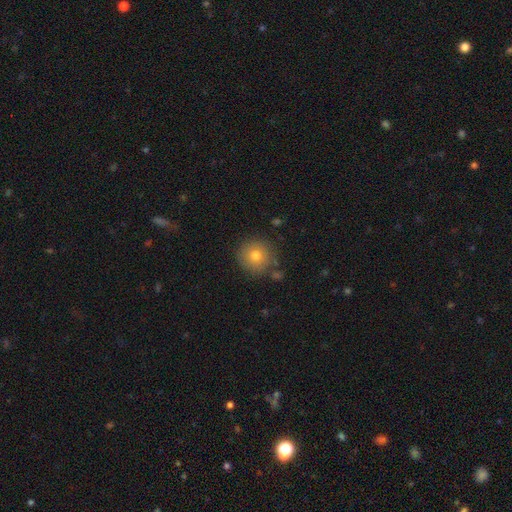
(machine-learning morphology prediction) smooth-or-featured: smooth: 78% | featured or disk: 11% | star or artifact: 11%
  how-rounded: round: 94% | in between: 5% | cigar-shaped: 1%
  merging: none: 83% | minor disturbance: 10% | merger: 4% | major disturbance: 3%